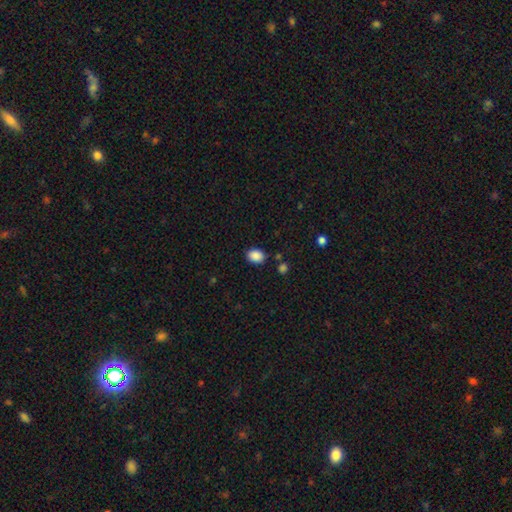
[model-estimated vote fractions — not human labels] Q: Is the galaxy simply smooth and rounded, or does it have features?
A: smooth — 88%.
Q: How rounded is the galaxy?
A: in between — 65%.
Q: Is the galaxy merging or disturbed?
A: none — 83%.